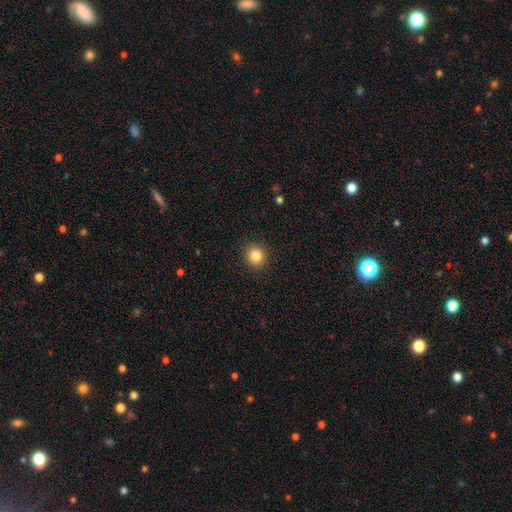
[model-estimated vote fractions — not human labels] smooth-or-featured: smooth: 85% | star or artifact: 10% | featured or disk: 5%
  how-rounded: round: 85% | in between: 14% | cigar-shaped: 1%
  merging: none: 91% | minor disturbance: 6% | major disturbance: 2% | merger: 1%